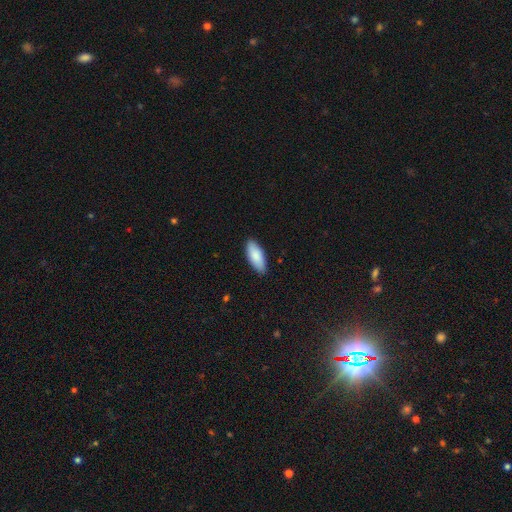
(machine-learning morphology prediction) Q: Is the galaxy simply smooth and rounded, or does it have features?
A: smooth — 87%.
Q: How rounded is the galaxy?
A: in between — 84%.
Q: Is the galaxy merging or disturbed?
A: none — 88%.